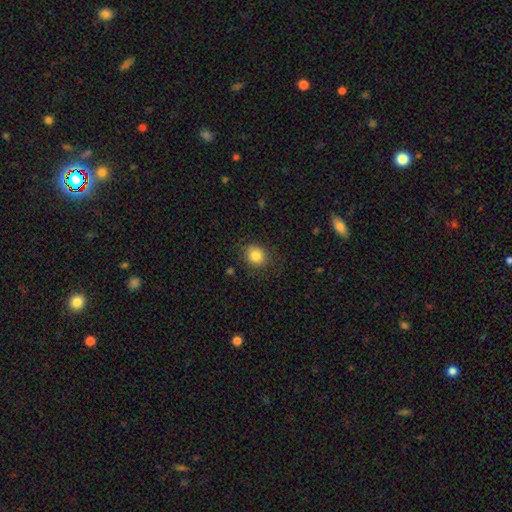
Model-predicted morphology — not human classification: smooth 83%, star or artifact 10%, featured or disk 6%. Down the decision tree: how rounded — round (73%); merging — none (84%).